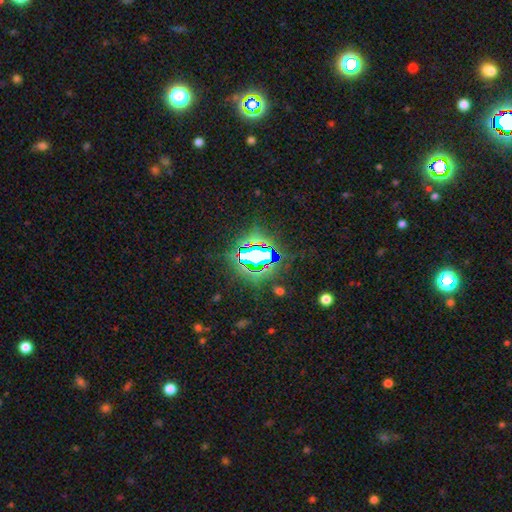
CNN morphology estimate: The model was most divided on "smooth or featured": star or artifact: 75%, smooth: 14%, featured or disk: 11%.